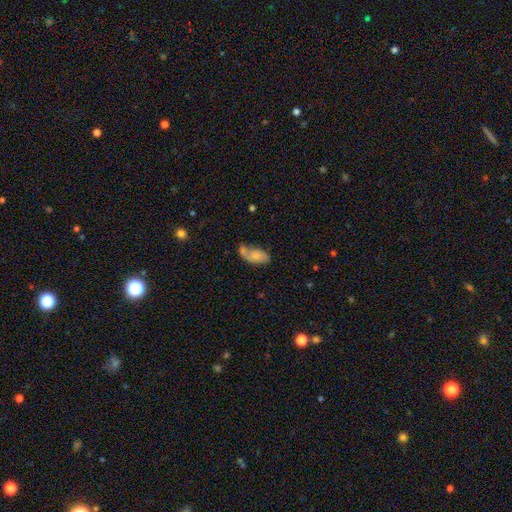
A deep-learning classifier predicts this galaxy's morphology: Smooth or featured? smooth (58%)
How rounded? in between (91%)
Merging? none (33%)